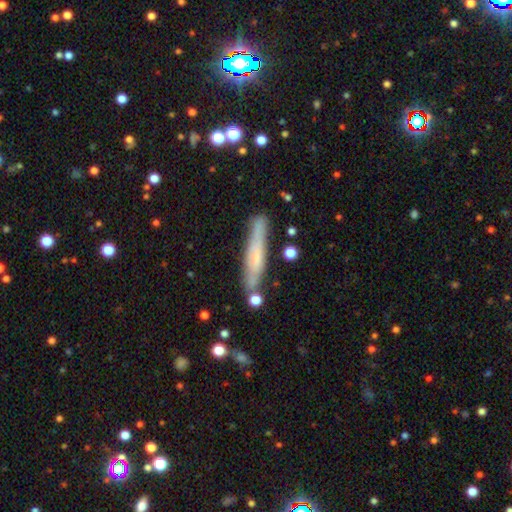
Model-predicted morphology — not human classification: Smooth or featured: smooth — 57% (featured or disk — 36%)
How rounded: cigar-shaped — 92% (in between — 7%)
Merging: none — 76% (minor disturbance — 16%)